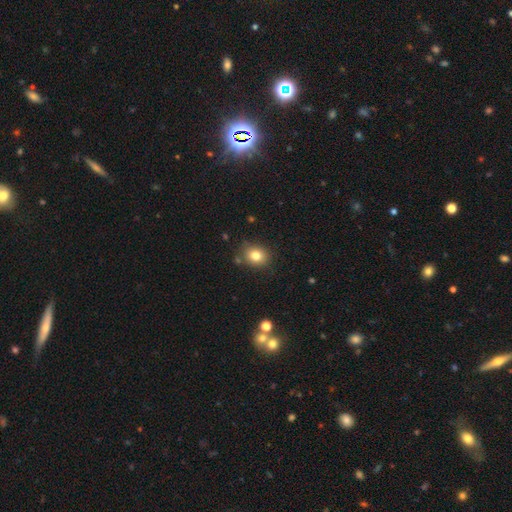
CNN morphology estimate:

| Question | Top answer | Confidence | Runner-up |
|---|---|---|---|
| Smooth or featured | smooth | 80% | star or artifact (12%) |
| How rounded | round | 60% | in between (39%) |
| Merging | none | 81% | minor disturbance (12%) |